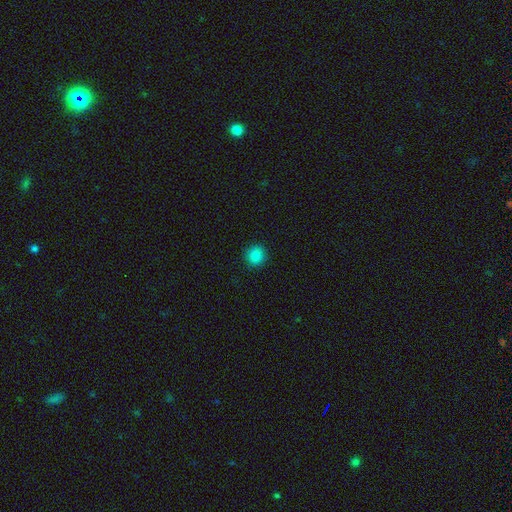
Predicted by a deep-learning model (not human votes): Q: Smooth or featured?
A: smooth (86%); runner-up: star or artifact (11%)
Q: How rounded?
A: round (85%); runner-up: in between (14%)
Q: Merging?
A: none (90%); runner-up: minor disturbance (7%)